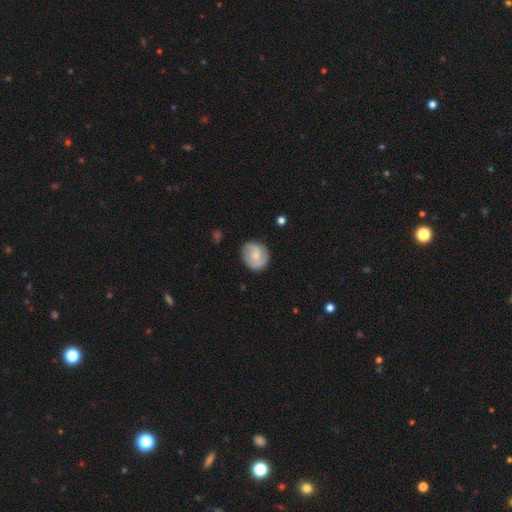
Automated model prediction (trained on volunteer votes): Smooth or featured: smooth — 51% (featured or disk — 43%)
How rounded: round — 78% (in between — 20%)
Merging: none — 80% (minor disturbance — 15%)